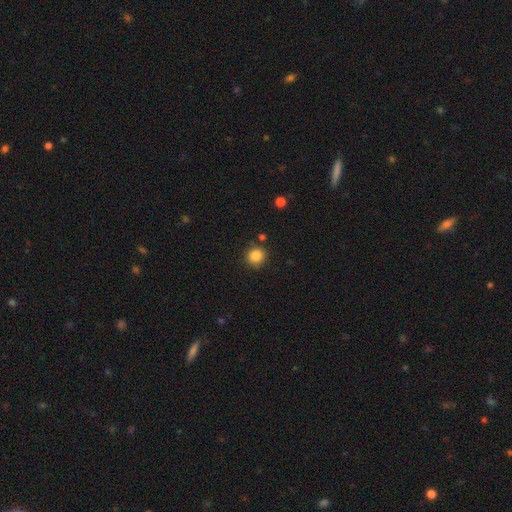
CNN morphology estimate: Smooth or featured? Predicted: smooth (p=0.85). How rounded? Predicted: round (p=0.88). Merging? Predicted: none (p=0.84).